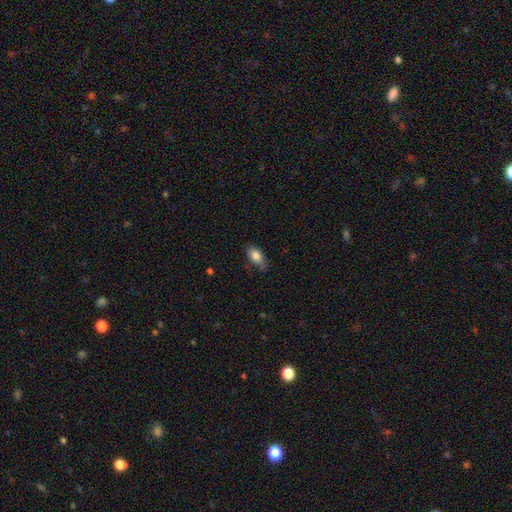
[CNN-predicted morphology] type=smooth (82%); roundness=in between (89%); merging=none (74%).